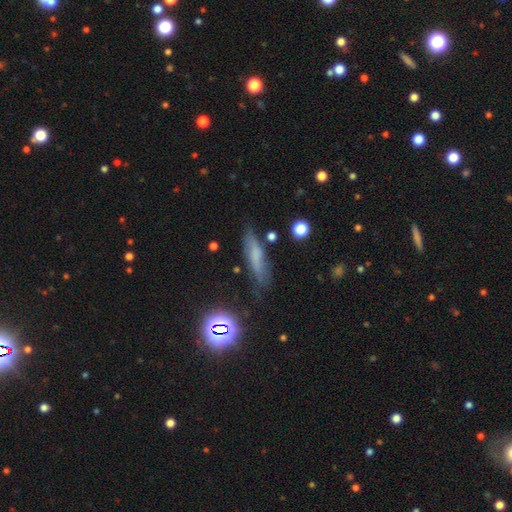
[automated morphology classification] A smooth galaxy with no disk features (57%) that is cigar-shaped (73%).

Vote fractions:
- Smooth or featured? smooth: 57% / featured or disk: 28% / star or artifact: 15%
- How rounded? cigar-shaped: 73% / in between: 23% / round: 4%
- Merging? none: 69% / minor disturbance: 21% / major disturbance: 7% / merger: 3%